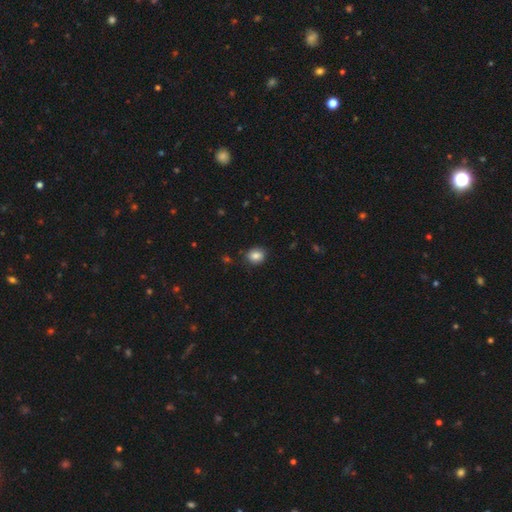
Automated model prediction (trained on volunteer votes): Smooth or featured: smooth — 85% (star or artifact — 10%)
How rounded: round — 61% (in between — 39%)
Merging: none — 85% (minor disturbance — 11%)